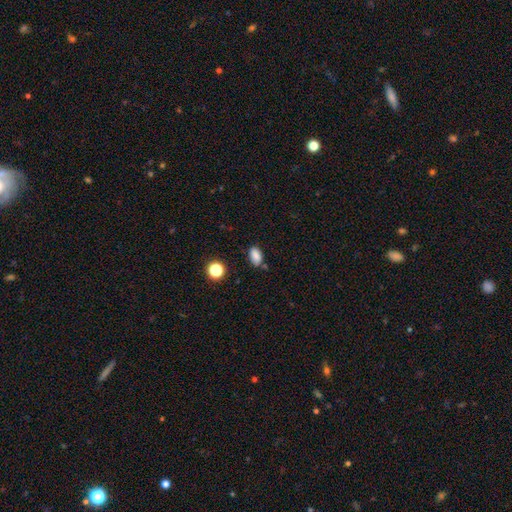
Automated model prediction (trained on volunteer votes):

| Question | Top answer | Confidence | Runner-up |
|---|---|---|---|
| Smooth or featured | smooth | 83% | star or artifact (11%) |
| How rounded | in between | 87% | round (10%) |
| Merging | none | 73% | minor disturbance (18%) |